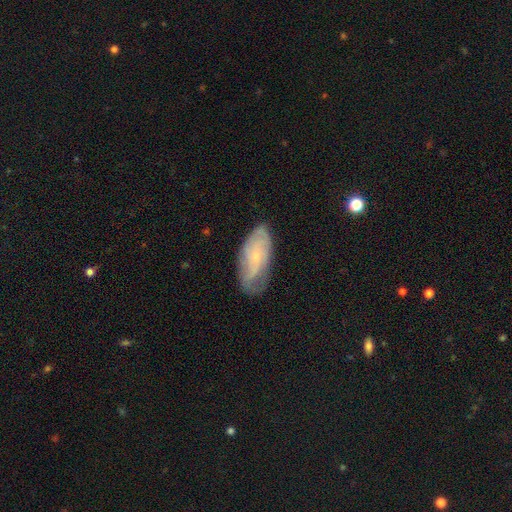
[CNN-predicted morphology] type=featured or disk (60%); edge-on=no (92%); bar=no (72%); spiral arms=yes (86%); bulge=small (76%); merging=none (67%).